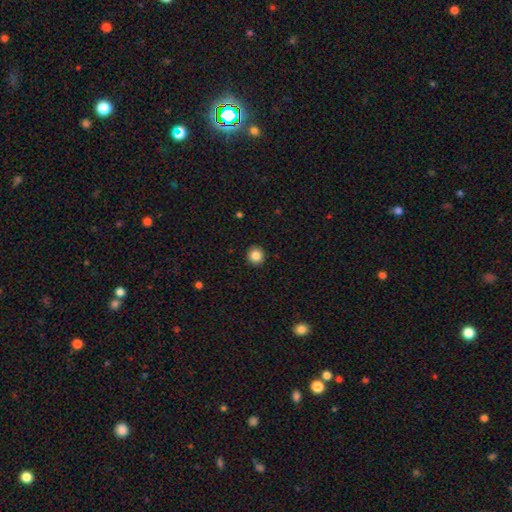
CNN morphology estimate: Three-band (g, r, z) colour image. It shows a smooth galaxy with no disk features (86%) that is round (90%). Merging: none (93%).